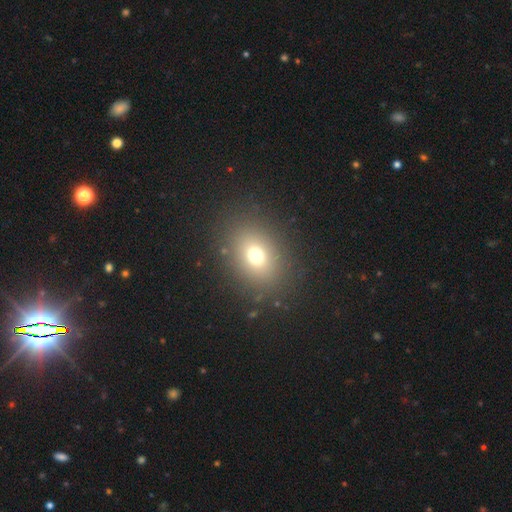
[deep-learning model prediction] smooth-or-featured: smooth: 71% | star or artifact: 17% | featured or disk: 12%
  how-rounded: in between: 56% | round: 43% | cigar-shaped: 1%
  merging: none: 86% | minor disturbance: 8% | major disturbance: 5% | merger: 1%